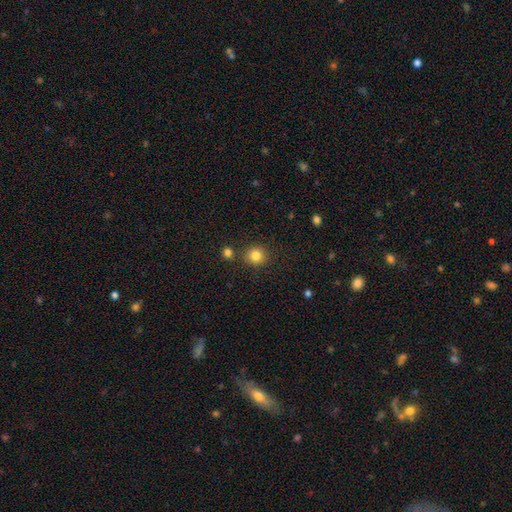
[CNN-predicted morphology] Overall: smooth (83%). How rounded: round (89%). Merging: none (82%).